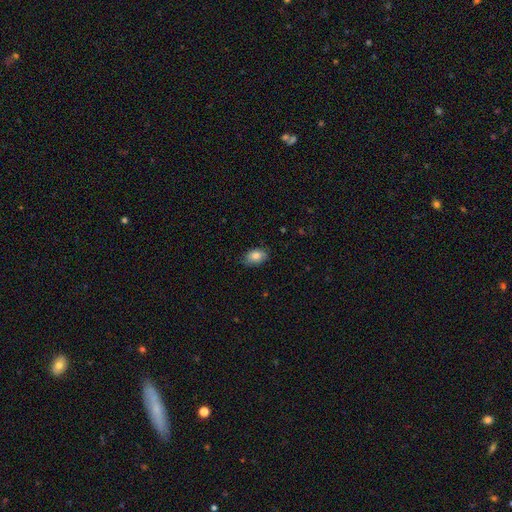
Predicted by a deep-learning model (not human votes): Smooth or featured? Predicted: smooth (p=0.82). How rounded? Predicted: in between (p=0.85). Merging? Predicted: none (p=0.75).